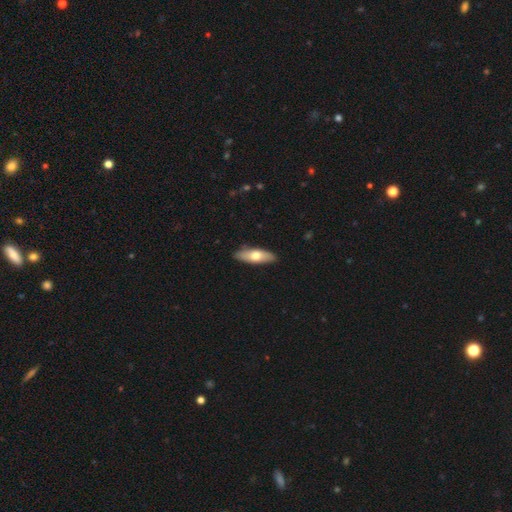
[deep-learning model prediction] Smooth or featured? smooth (64%)
How rounded? in between (56%)
Merging? none (89%)